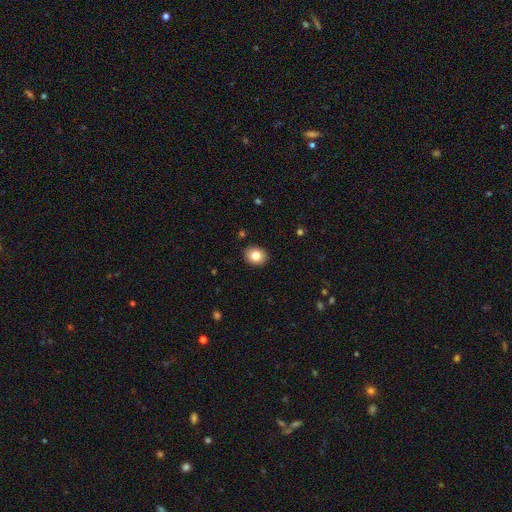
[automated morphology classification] type=smooth (83%); roundness=round (57%); merging=none (91%).